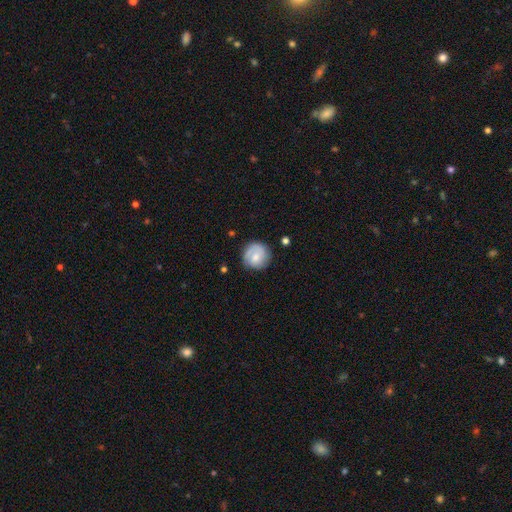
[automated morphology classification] Smooth or featured: smooth — 63% (featured or disk — 30%)
How rounded: round — 92% (in between — 7%)
Merging: none — 77% (minor disturbance — 16%)